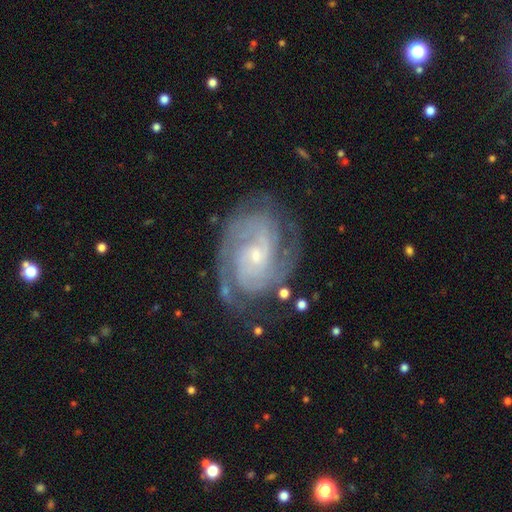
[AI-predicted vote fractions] Q: Smooth or featured?
A: featured or disk (90%); runner-up: star or artifact (5%)
Q: Edge-on disk?
A: no (97%); runner-up: yes (3%)
Q: Bar?
A: no (63%); runner-up: weak (30%)
Q: Spiral arms?
A: yes (98%); runner-up: no (2%)
Q: Spiral winding?
A: tight (65%); runner-up: medium (30%)
Q: Spiral arm count?
A: 2 (44%); runner-up: 3 (22%)
Q: Bulge size?
A: small (73%); runner-up: moderate (22%)
Q: Merging?
A: none (73%); runner-up: minor disturbance (18%)